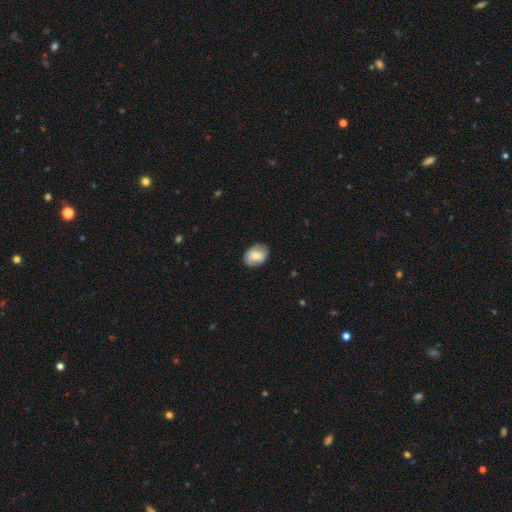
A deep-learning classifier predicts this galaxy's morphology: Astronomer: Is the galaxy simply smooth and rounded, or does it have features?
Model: smooth — 69%.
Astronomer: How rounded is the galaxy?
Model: in between — 74%.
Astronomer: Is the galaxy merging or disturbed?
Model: none — 81%.